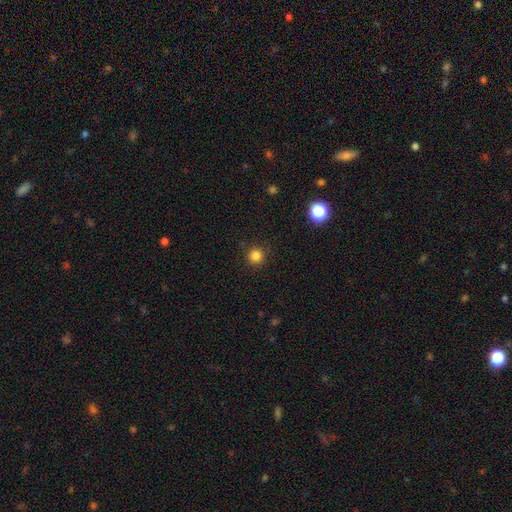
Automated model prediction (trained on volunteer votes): Morphology: type=smooth (84%); roundness=round (95%); merging=none (91%).